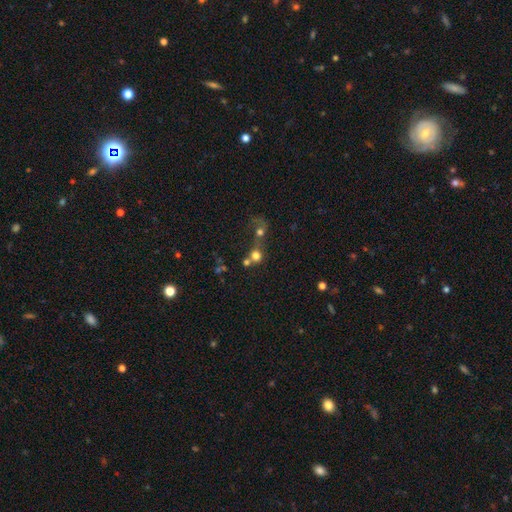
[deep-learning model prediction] Morphology: type=smooth (68%); roundness=round (87%); merging=merger (54%).